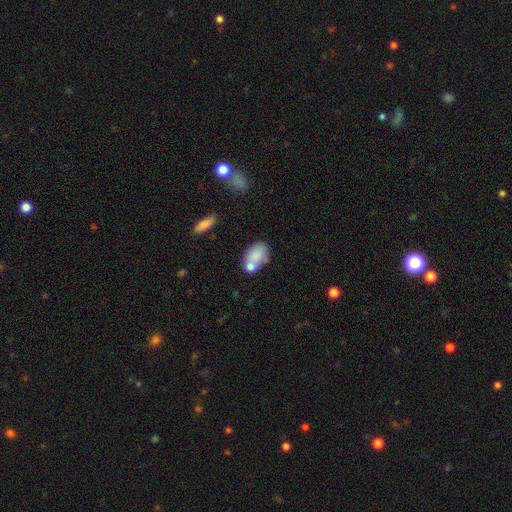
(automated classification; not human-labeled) This is likely a smooth galaxy (78%). How rounded: clearly in between (86%). Merging: marginally none (45%).